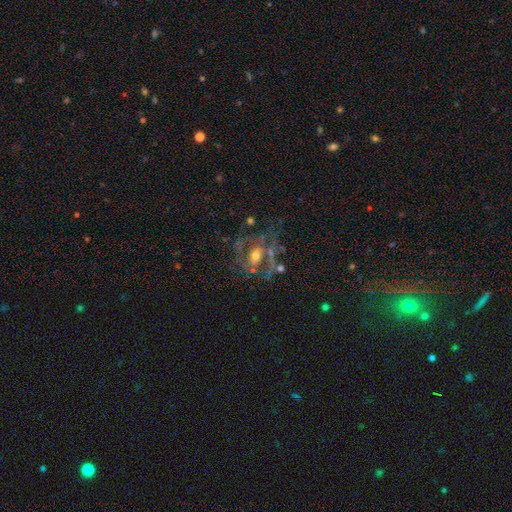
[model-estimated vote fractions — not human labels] The model was most divided on "bar": no: 44%, weak: 35%, strong: 20%. Remaining: edge-on disk — no (95%); smooth or featured — featured or disk (76%); spiral arms — yes (61%); bulge size — moderate (59%); merging — none (46%).